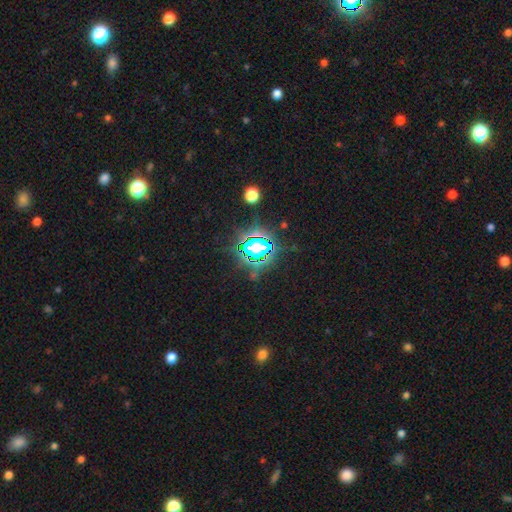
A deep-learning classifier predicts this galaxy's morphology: Smooth or featured: star or artifact — 82% (smooth — 12%)